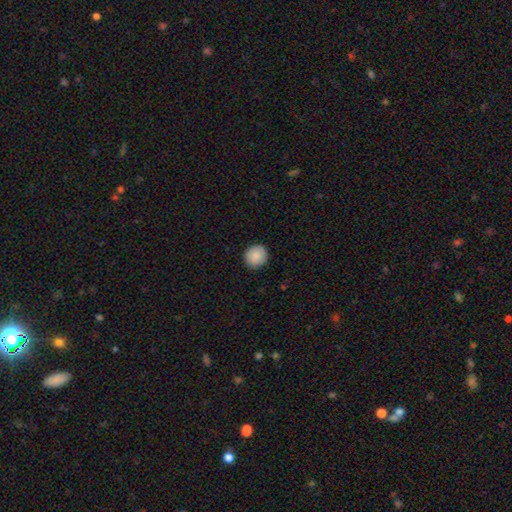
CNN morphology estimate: smooth_or_featured: smooth (p=0.88) [alt: star or artifact p=0.07]
how_rounded: round (p=0.87) [alt: in between p=0.13]
merging: none (p=0.90) [alt: minor disturbance p=0.08]